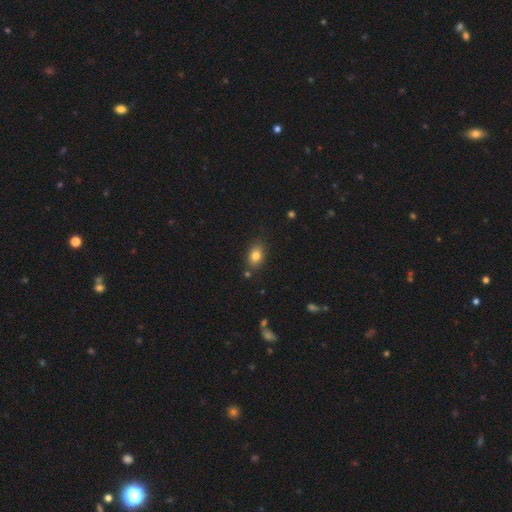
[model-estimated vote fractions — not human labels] Smooth or featured? Predicted: smooth (p=0.80). How rounded? Predicted: in between (p=0.77). Merging? Predicted: none (p=0.80).